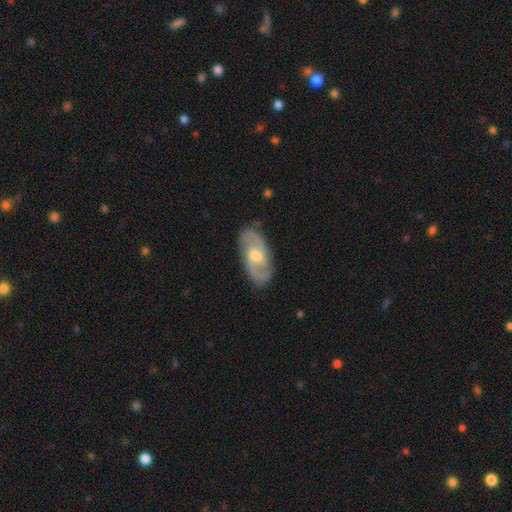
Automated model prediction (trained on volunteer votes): Overall: featured or disk (84%). Edge-on disk: no (95%). Bar: weak (48%; no 40%). Spiral arms: yes (95%). Spiral arm count: 2 (89%). Spiral winding: medium (54%; tight 27%). Bulge size: moderate (66%; small 28%). Merging: none (85%).